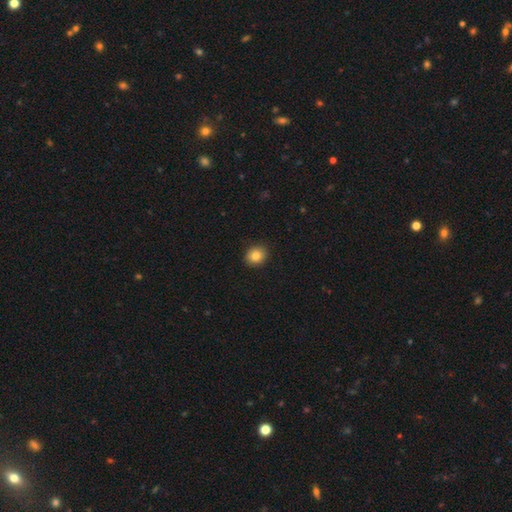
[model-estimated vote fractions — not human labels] Smooth or featured: smooth — 84% (star or artifact — 10%)
How rounded: round — 68% (in between — 31%)
Merging: none — 90% (minor disturbance — 8%)